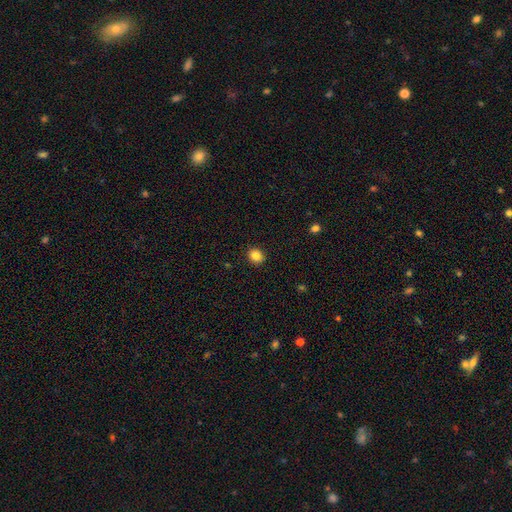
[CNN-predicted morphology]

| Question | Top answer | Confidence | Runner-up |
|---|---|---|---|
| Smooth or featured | smooth | 84% | star or artifact (11%) |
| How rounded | round | 76% | in between (23%) |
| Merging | none | 92% | minor disturbance (6%) |